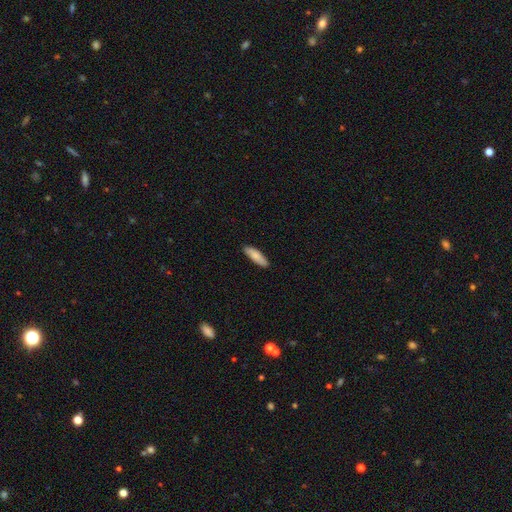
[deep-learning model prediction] smooth-or-featured: smooth: 85% | featured or disk: 9% | star or artifact: 6%
  how-rounded: cigar-shaped: 56% | in between: 43% | round: 2%
  merging: none: 88% | minor disturbance: 9% | major disturbance: 2% | merger: 1%